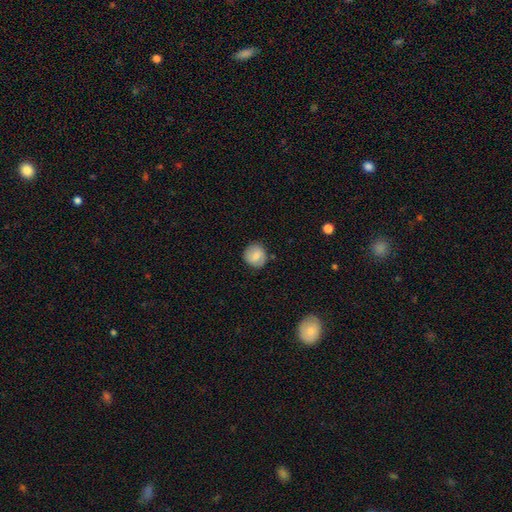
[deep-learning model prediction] smooth 75%, featured or disk 17%, star or artifact 8%. Down the decision tree: how rounded — round (88%); merging — none (83%).